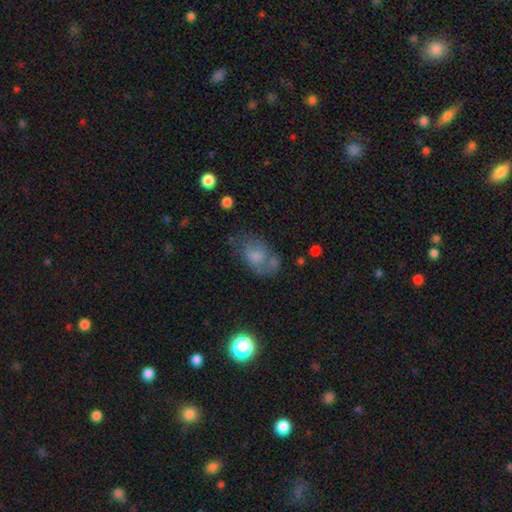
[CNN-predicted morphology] smooth 50%, featured or disk 38%, star or artifact 12%. Down the decision tree: how rounded — in between (81%); merging — none (43%).